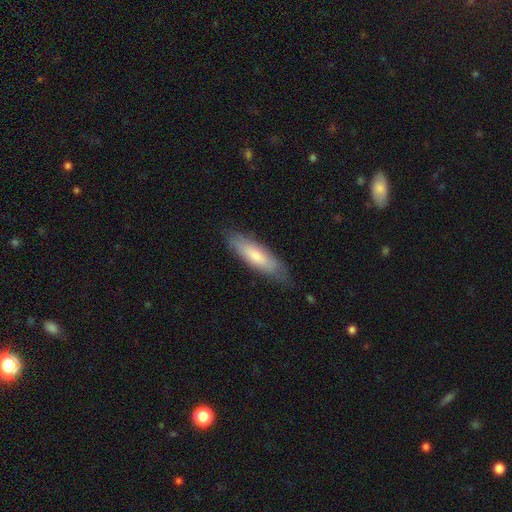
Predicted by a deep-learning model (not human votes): Smooth or featured: smooth — 73% (featured or disk — 21%)
How rounded: cigar-shaped — 59% (in between — 39%)
Merging: none — 79% (minor disturbance — 17%)